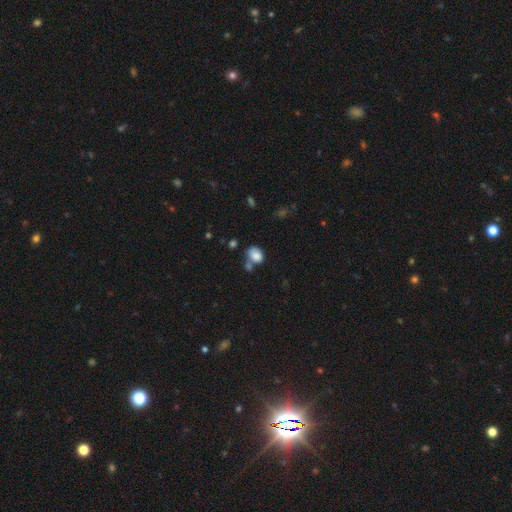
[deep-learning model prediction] Q: Smooth or featured?
A: smooth (82%); runner-up: star or artifact (9%)
Q: How rounded?
A: in between (55%); runner-up: round (44%)
Q: Merging?
A: none (43%); runner-up: merger (29%)